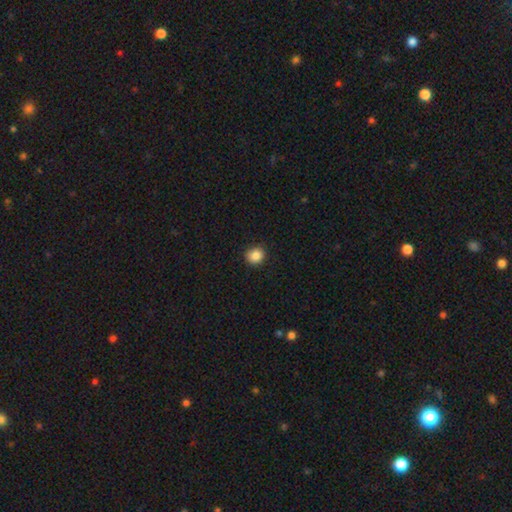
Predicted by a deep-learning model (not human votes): Smooth or featured?
  - smooth: 86% *
  - star or artifact: 10%
  - featured or disk: 4%
How rounded?
  - round: 85% *
  - in between: 15%
  - cigar-shaped: 1%
Merging?
  - none: 89% *
  - minor disturbance: 8%
  - major disturbance: 2%
  - merger: 1%